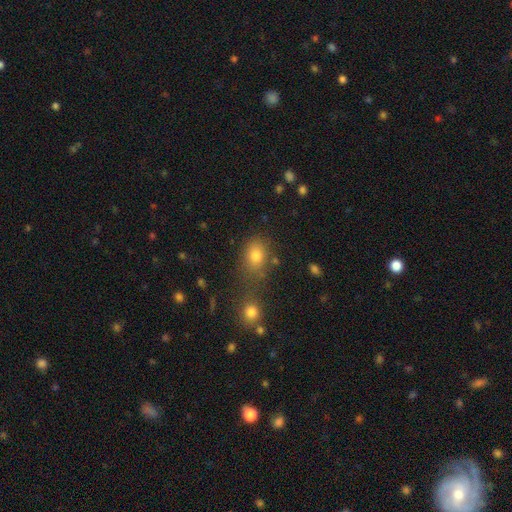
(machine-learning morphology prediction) Overall: smooth (77%). How rounded: in between (64%; round 35%). Merging: none (59%; merger 21%).